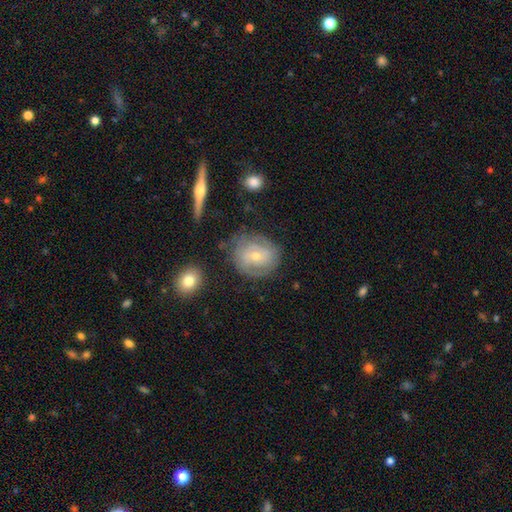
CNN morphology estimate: This is likely a featured or disk galaxy (73%). It is clearly not viewed edge-on (95%). Bar: likely no (62%). Spiral arm pattern: clearly yes (87%). Spiral arm count: marginally 2 (43%). Spiral winding: likely tight (65%). Central bulge: likely small (60%). Merging: likely none (72%).